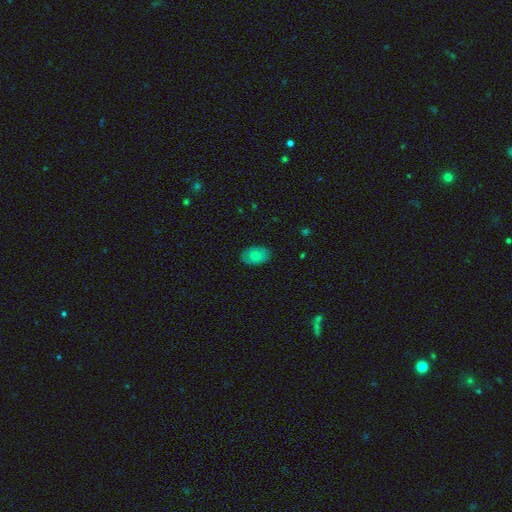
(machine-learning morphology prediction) This appears to be a smooth galaxy with no disk features (71%) that is in between round and cigar-shaped (86%). Merging: none (83%).